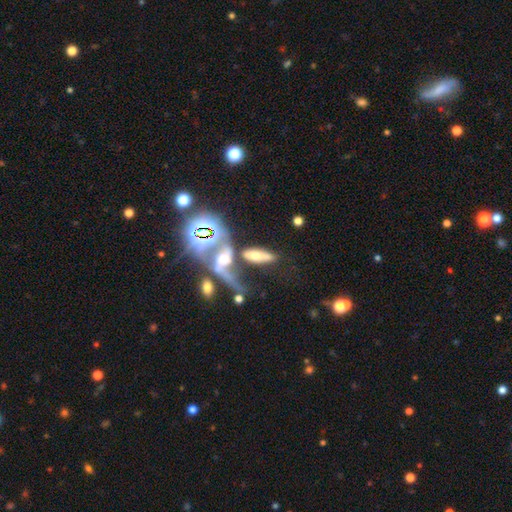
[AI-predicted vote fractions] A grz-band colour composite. It shows a smooth galaxy with no disk features (48%). Merging: merger (48%).